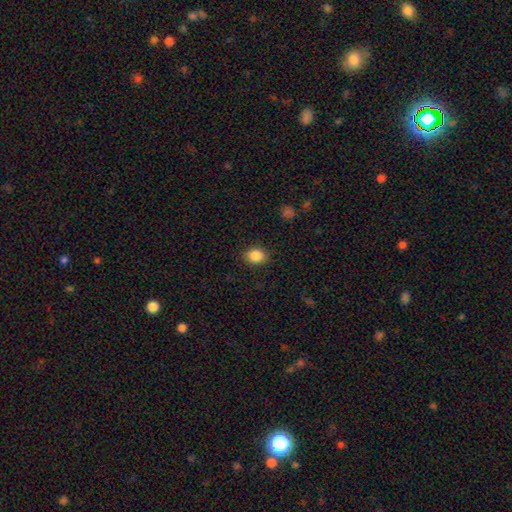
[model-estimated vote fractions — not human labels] This appears to be a smooth galaxy with no disk features (87%) that is round (53%). Merging: none (87%).